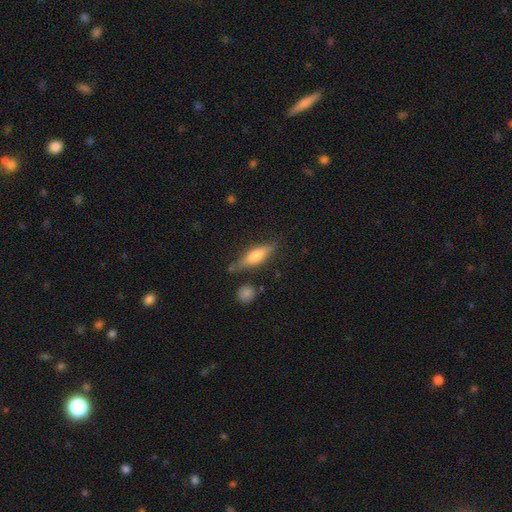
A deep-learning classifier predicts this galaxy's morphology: Smooth or featured? Predicted: smooth (p=0.50). How rounded? Predicted: cigar-shaped (p=0.57). Merging? Predicted: none (p=0.73).